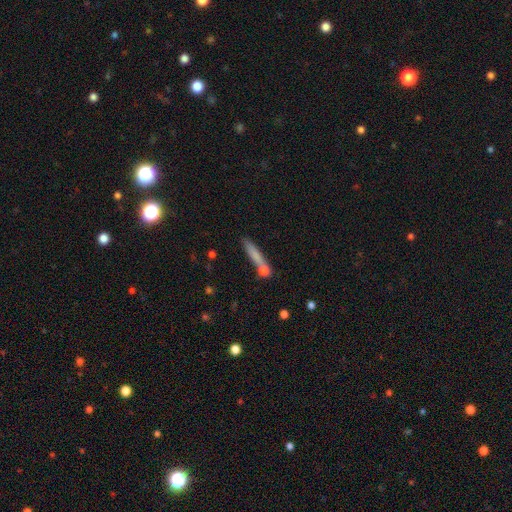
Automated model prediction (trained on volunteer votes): This is likely a smooth galaxy (71%). How rounded: clearly cigar-shaped (89%). Merging: likely none (65%).